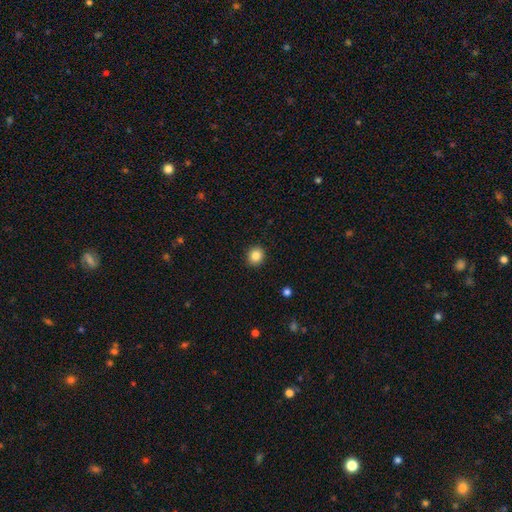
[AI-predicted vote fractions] This appears to be a smooth galaxy with no disk features (86%) that is round (85%). Merging: none (92%).